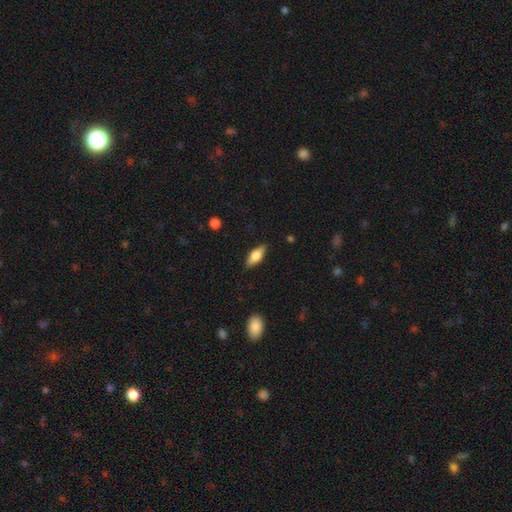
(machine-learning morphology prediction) Q: Smooth or featured?
A: smooth (68%); runner-up: featured or disk (26%)
Q: How rounded?
A: in between (75%); runner-up: cigar-shaped (22%)
Q: Merging?
A: none (86%); runner-up: minor disturbance (11%)